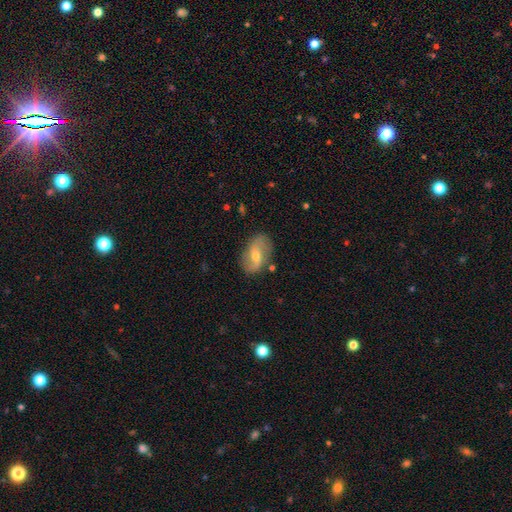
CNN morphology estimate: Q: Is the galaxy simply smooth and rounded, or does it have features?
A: featured or disk — 66%.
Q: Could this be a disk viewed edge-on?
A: no — 96%.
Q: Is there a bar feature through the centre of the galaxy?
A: no — 43%.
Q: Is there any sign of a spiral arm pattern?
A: yes — 86%.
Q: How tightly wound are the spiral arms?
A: loose — 67%.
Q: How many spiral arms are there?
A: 2 — 89%.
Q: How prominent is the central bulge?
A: moderate — 54%.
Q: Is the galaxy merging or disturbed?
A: none — 79%.